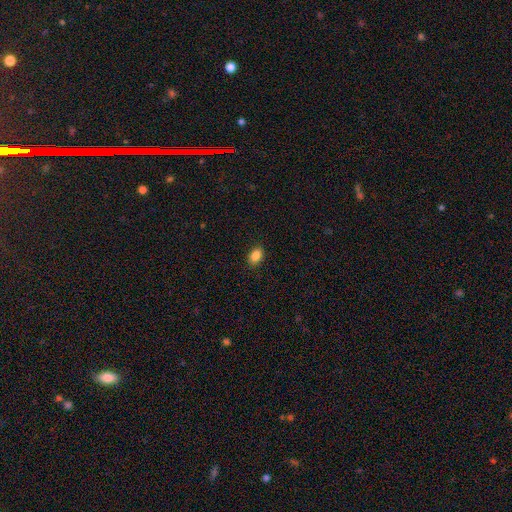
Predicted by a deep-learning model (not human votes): smooth_or_featured: smooth (p=0.87) [alt: star or artifact p=0.09]
how_rounded: in between (p=0.84) [alt: round p=0.15]
merging: none (p=0.89) [alt: minor disturbance p=0.08]